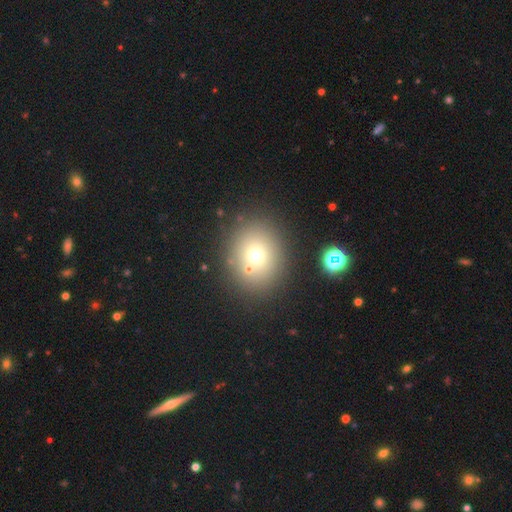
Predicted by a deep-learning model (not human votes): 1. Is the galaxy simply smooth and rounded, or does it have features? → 67% smooth, 18% star or artifact, 15% featured or disk.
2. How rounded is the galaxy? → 65% round, 34% in between, 1% cigar-shaped.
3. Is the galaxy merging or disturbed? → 78% none, 9% merger, 9% minor disturbance, 4% major disturbance.